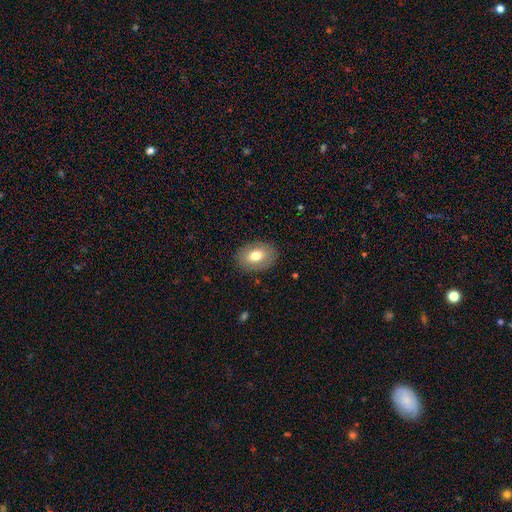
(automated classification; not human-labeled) smooth-or-featured: smooth: 73% | featured or disk: 19% | star or artifact: 8%
  how-rounded: in between: 79% | round: 20% | cigar-shaped: 1%
  merging: none: 87% | minor disturbance: 9% | major disturbance: 3% | merger: 1%